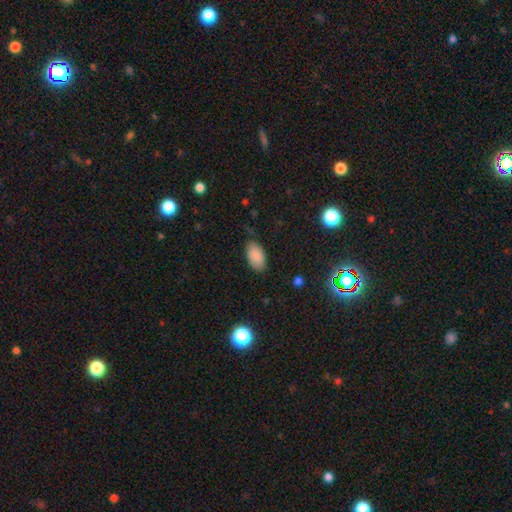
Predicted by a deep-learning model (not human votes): Q: Smooth or featured?
A: smooth (88%); runner-up: star or artifact (7%)
Q: How rounded?
A: in between (95%); runner-up: round (3%)
Q: Merging?
A: none (79%); runner-up: minor disturbance (17%)